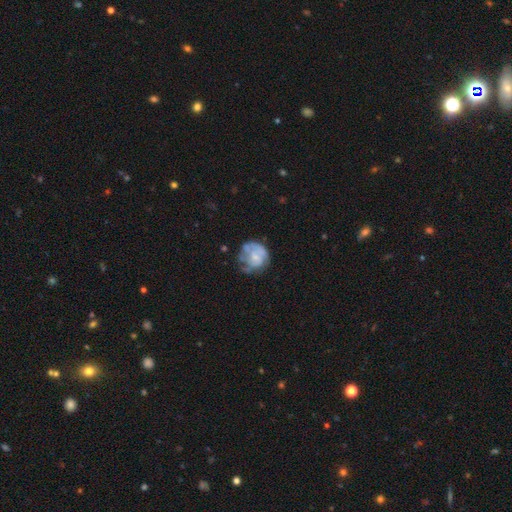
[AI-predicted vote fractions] This is possibly a featured or disk galaxy (58%). It is clearly not viewed edge-on (98%). Bar: clearly no (81%). Spiral arm pattern: possibly yes (53%). Central bulge: marginally small (44%). Merging: possibly none (46%).